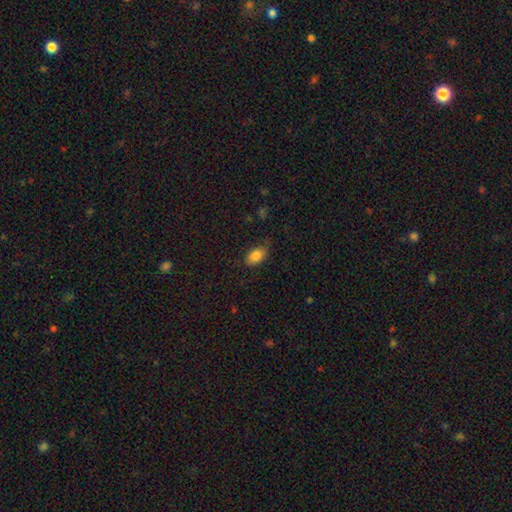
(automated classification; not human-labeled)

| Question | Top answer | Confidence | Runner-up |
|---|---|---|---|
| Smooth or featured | smooth | 85% | star or artifact (8%) |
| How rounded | in between | 89% | round (9%) |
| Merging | none | 75% | minor disturbance (19%) |